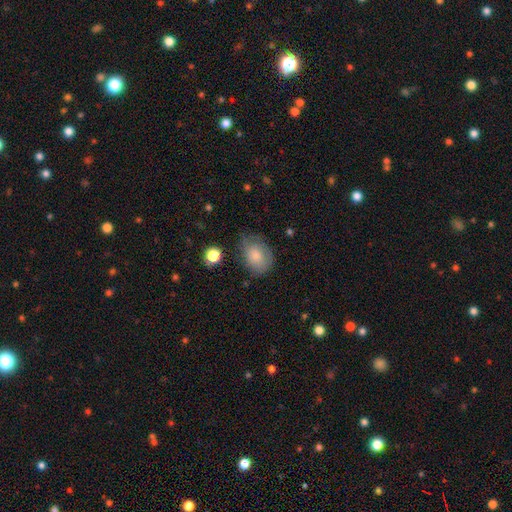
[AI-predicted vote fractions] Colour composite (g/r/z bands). It shows a smooth galaxy with no disk features (76%) that is in between round and cigar-shaped (70%). Merging: none (58%).